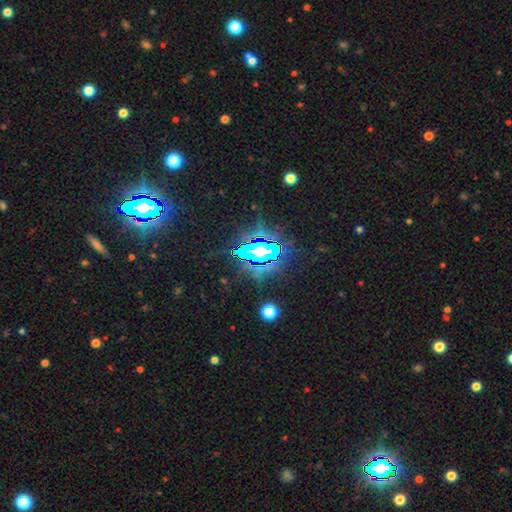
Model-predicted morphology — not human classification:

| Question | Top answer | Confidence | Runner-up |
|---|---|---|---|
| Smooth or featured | star or artifact | 70% | smooth (16%) |